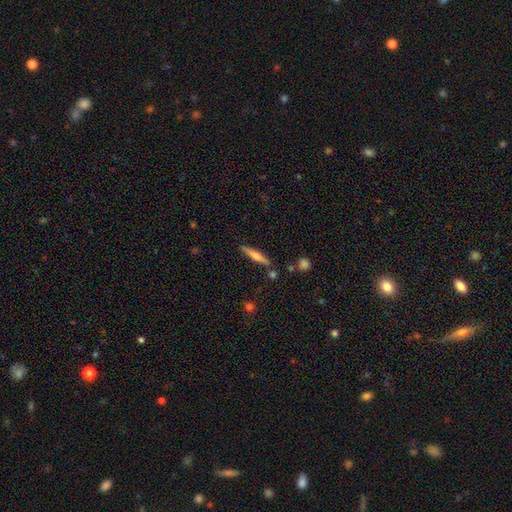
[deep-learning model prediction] This appears to be a featured or disk galaxy (50%) viewed edge-on (96%). Merging: none (86%).